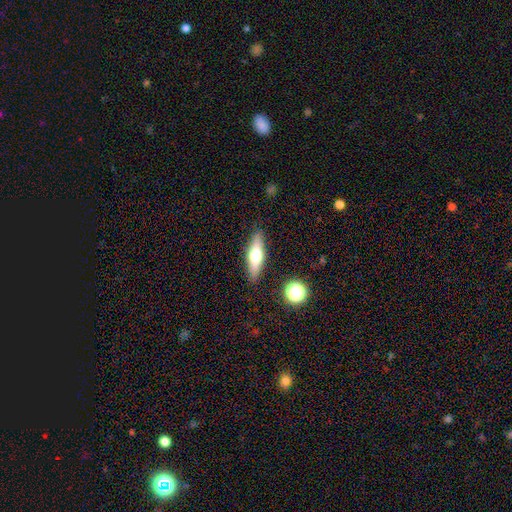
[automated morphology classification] smooth-or-featured: smooth: 47% | featured or disk: 46% | star or artifact: 7%
  merging: none: 88% | minor disturbance: 8% | major disturbance: 2% | merger: 2%